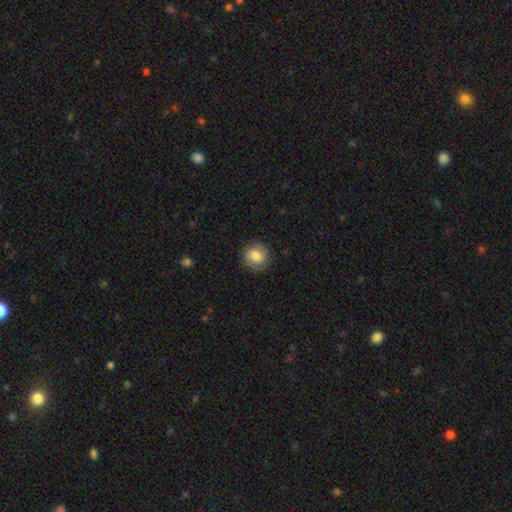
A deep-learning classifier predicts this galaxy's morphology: Smooth or featured? Predicted: smooth (p=0.67). How rounded? Predicted: round (p=0.90). Merging? Predicted: none (p=0.86).